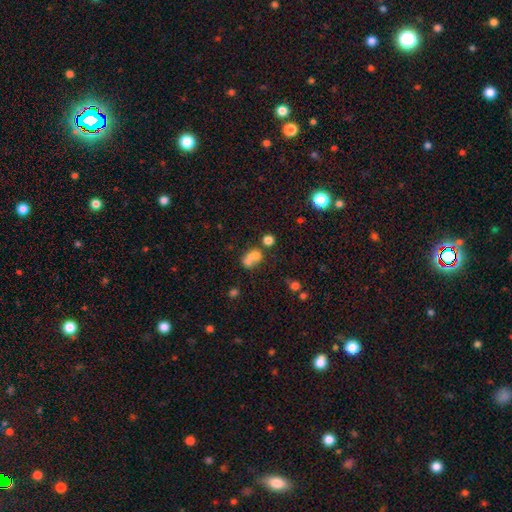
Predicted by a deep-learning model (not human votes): Morphology: type=smooth (51%); roundness=round (49%); merging=merger (39%).